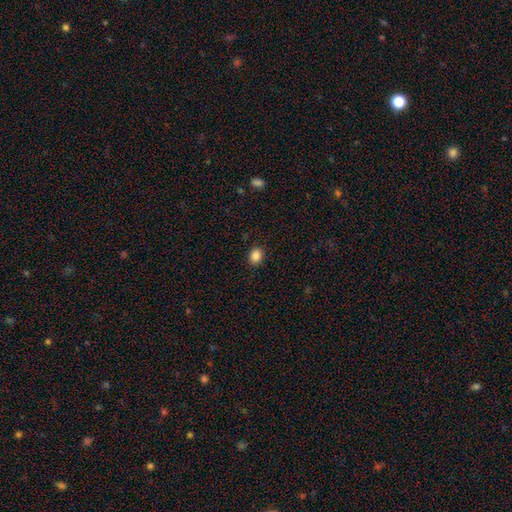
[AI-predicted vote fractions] Q: Smooth or featured?
A: smooth (86%); runner-up: star or artifact (10%)
Q: How rounded?
A: round (56%); runner-up: in between (43%)
Q: Merging?
A: none (90%); runner-up: minor disturbance (7%)